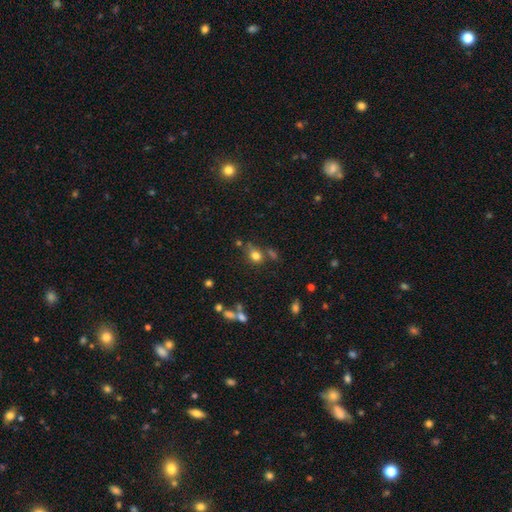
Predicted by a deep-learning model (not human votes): Smooth or featured? Predicted: smooth (p=0.76). How rounded? Predicted: round (p=0.62). Merging? Predicted: none (p=0.59).